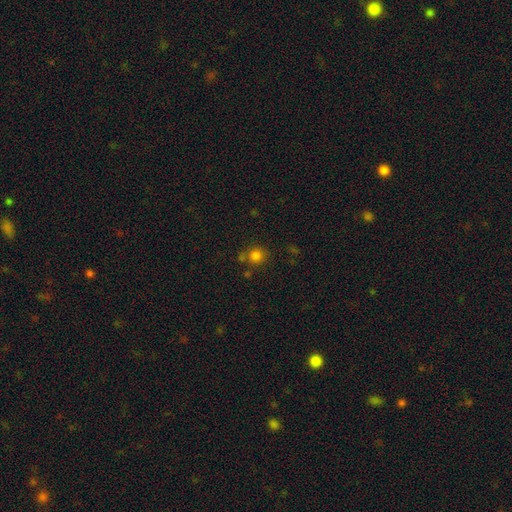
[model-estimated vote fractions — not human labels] Overall: smooth (79%). How rounded: round (88%). Merging: none (69%).